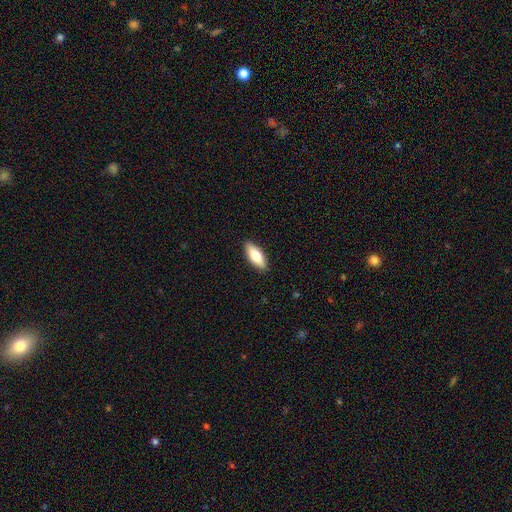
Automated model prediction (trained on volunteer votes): smooth_or_featured: smooth (p=0.72) [alt: featured or disk p=0.22]
how_rounded: in between (p=0.70) [alt: cigar-shaped p=0.28]
merging: none (p=0.90) [alt: minor disturbance p=0.08]